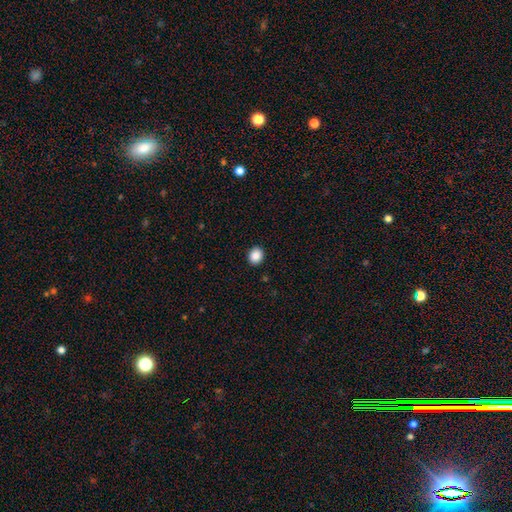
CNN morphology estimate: A smooth galaxy with no disk features (88%) that is round (68%). Merging: none (92%).